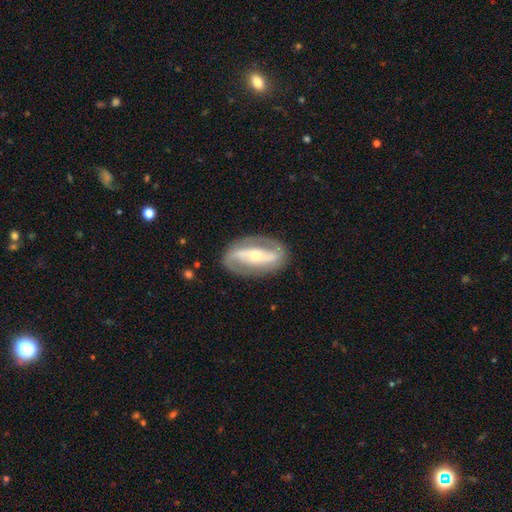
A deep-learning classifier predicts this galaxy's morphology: Smooth or featured? featured or disk (86%)
Edge-on disk? no (94%)
Bar? strong (62%)
Spiral arms? yes (88%)
Spiral winding? medium (41%)
Spiral arm count? 2 (90%)
Bulge size? small (49%)
Merging? none (84%)